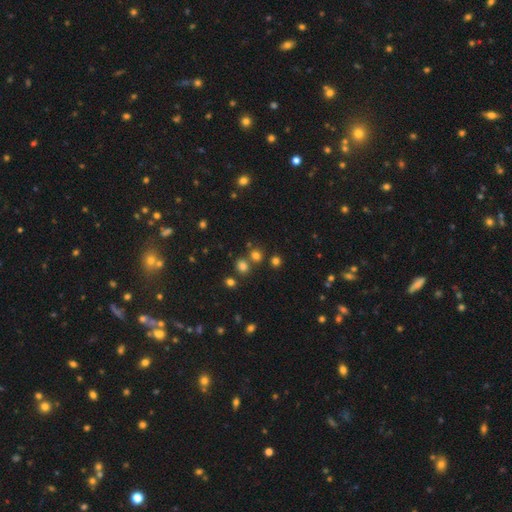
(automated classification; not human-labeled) Smooth or featured?
  - smooth: 73% *
  - star or artifact: 21%
  - featured or disk: 6%
How rounded?
  - round: 74% *
  - in between: 25%
  - cigar-shaped: 1%
Merging?
  - none: 71% *
  - merger: 17%
  - minor disturbance: 8%
  - major disturbance: 3%